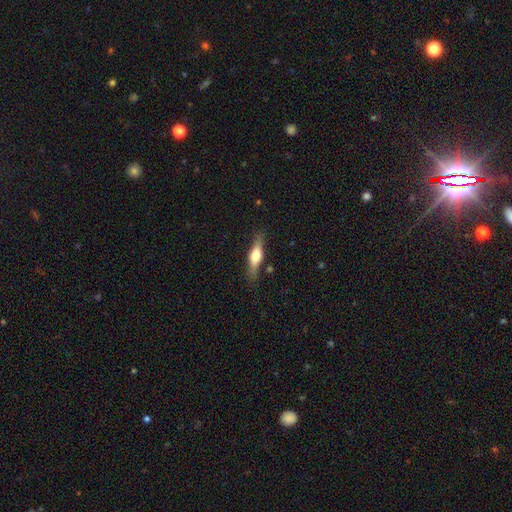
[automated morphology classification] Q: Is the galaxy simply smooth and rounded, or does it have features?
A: featured or disk — 51%.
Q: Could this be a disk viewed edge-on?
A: yes — 93%.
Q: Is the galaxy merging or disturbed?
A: none — 82%.